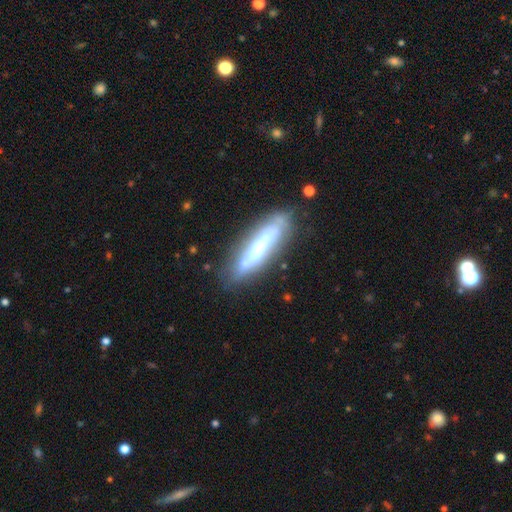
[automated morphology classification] type=featured or disk (60%); edge-on=yes (62%); merging=none (71%).